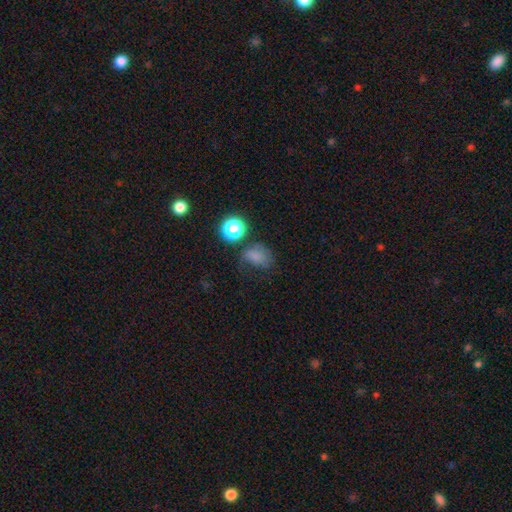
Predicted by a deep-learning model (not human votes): Smooth or featured? Predicted: smooth (p=0.69). How rounded? Predicted: in between (p=0.59). Merging? Predicted: none (p=0.39).